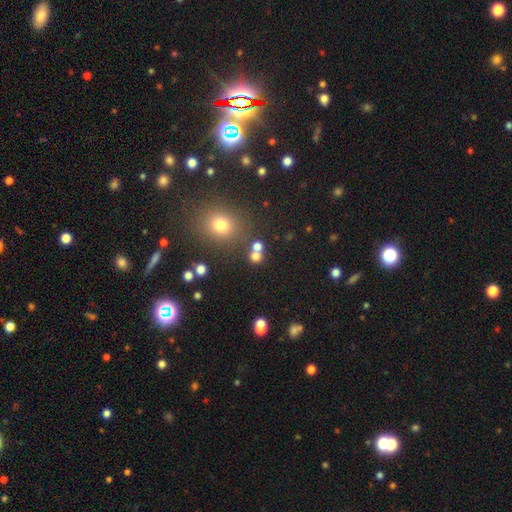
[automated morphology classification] Overall: smooth (72%). How rounded: round (85%). Merging: none (60%; merger 29%).